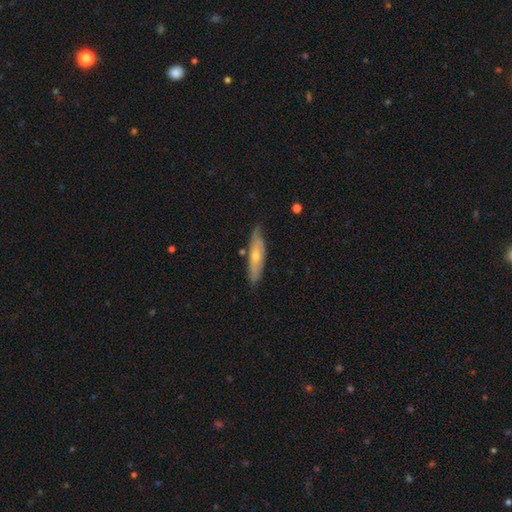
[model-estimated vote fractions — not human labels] Morphology: type=featured or disk (53%); edge-on=yes (60%); merging=none (78%).